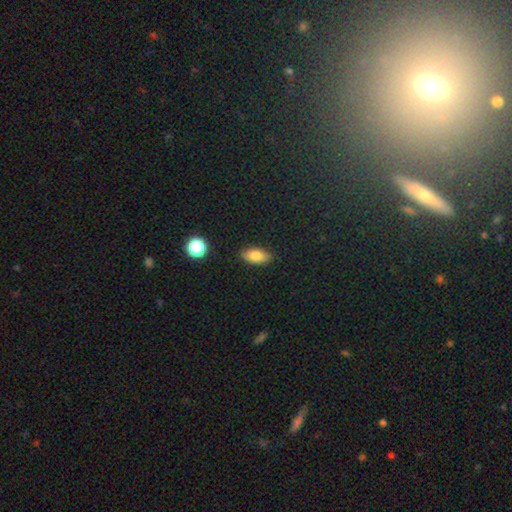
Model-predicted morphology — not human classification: A smooth galaxy with no disk features (81%) that is in between round and cigar-shaped (88%). Merging: none (87%).